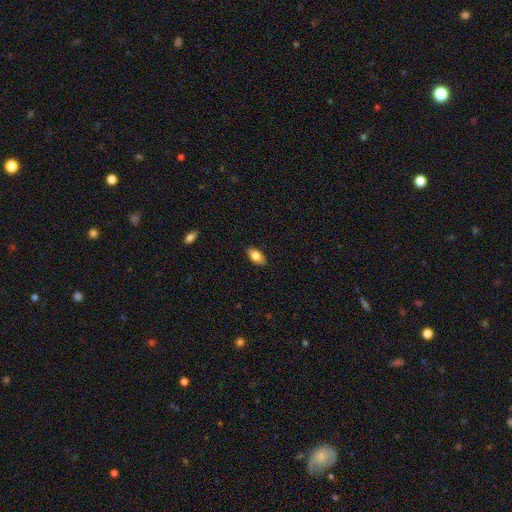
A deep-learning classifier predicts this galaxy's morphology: Q: Smooth or featured?
A: smooth (81%); runner-up: featured or disk (12%)
Q: How rounded?
A: in between (91%); runner-up: cigar-shaped (5%)
Q: Merging?
A: none (87%); runner-up: minor disturbance (10%)